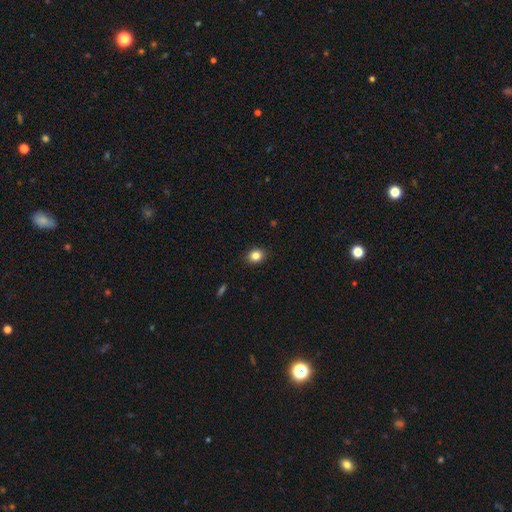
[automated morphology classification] A smooth galaxy with no disk features (84%) that is round (54%).

Vote fractions:
- Smooth or featured? smooth: 84% / star or artifact: 10% / featured or disk: 6%
- How rounded? round: 54% / in between: 45% / cigar-shaped: 1%
- Merging? none: 90% / minor disturbance: 8% / major disturbance: 2% / merger: 1%